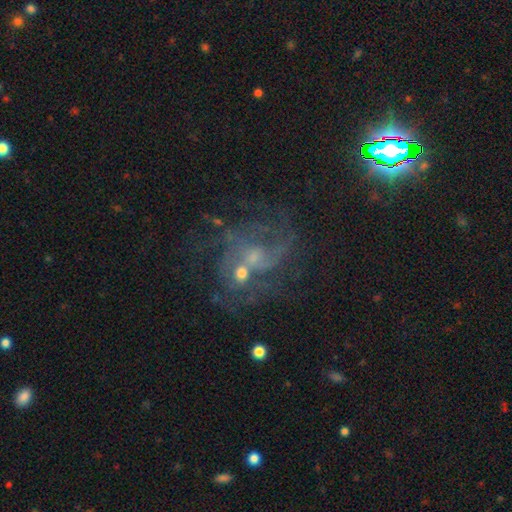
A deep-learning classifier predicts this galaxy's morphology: Smooth or featured? featured or disk (73%)
Edge-on disk? no (98%)
Bar? no (68%)
Spiral arms? yes (78%)
Spiral winding? medium (46%)
Spiral arm count? can't tell (31%)
Bulge size? small (52%)
Merging? none (37%)